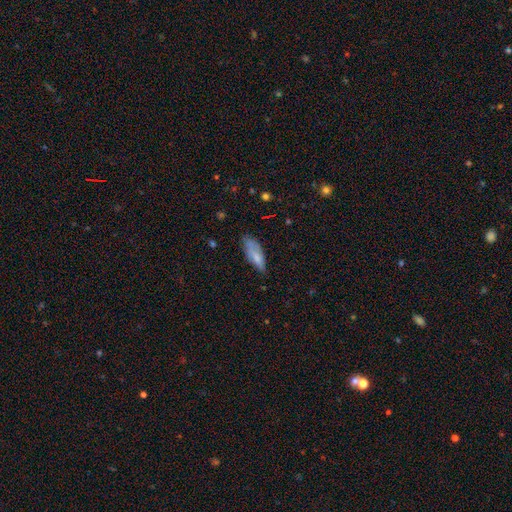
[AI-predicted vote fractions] Smooth or featured: smooth — 68% (featured or disk — 24%)
How rounded: in between — 65% (cigar-shaped — 33%)
Merging: none — 54% (minor disturbance — 32%)